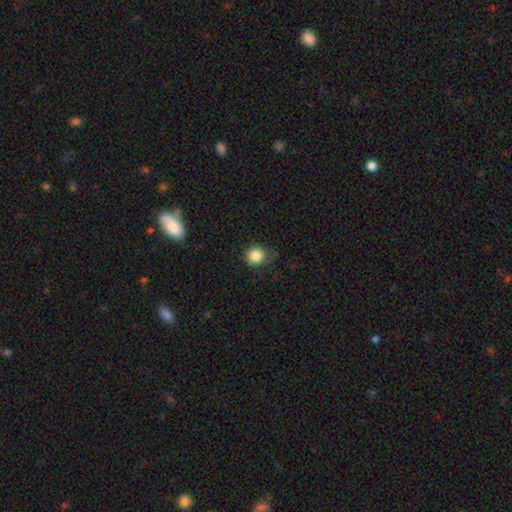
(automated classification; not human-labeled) Q: Smooth or featured?
A: smooth (85%); runner-up: star or artifact (11%)
Q: How rounded?
A: round (86%); runner-up: in between (13%)
Q: Merging?
A: none (67%); runner-up: minor disturbance (25%)